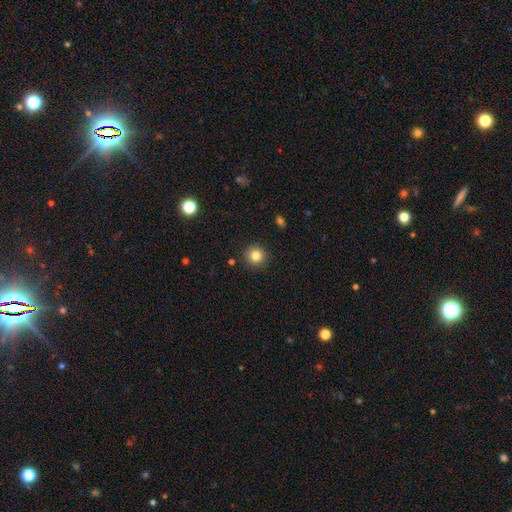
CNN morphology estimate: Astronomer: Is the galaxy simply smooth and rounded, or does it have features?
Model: smooth — 83%.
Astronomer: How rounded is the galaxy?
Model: round — 95%.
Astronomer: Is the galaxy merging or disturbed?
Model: none — 91%.